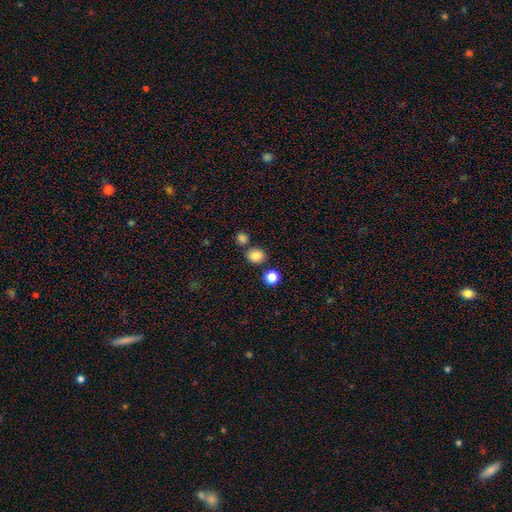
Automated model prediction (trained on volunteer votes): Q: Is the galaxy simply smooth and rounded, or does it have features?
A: smooth — 84%.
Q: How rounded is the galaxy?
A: round — 66%.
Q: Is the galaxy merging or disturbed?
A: none — 75%.